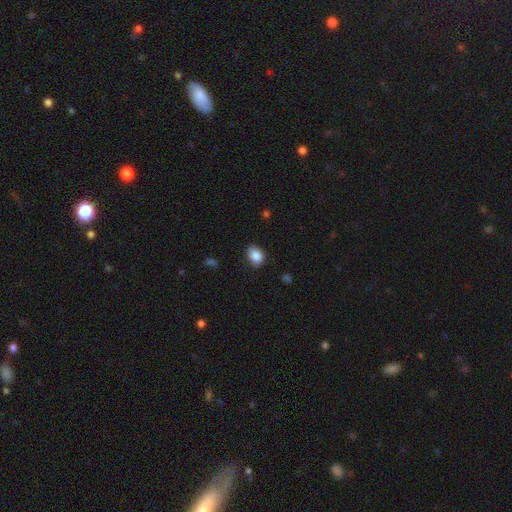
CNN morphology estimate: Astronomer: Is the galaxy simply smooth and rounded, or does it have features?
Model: smooth — 88%.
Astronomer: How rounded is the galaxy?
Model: in between — 67%.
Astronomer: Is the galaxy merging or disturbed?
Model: none — 81%.